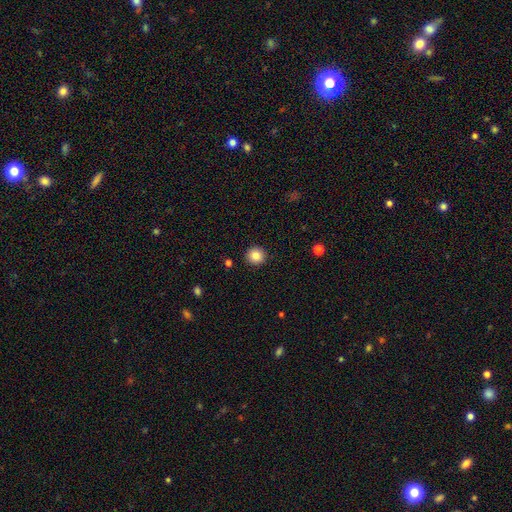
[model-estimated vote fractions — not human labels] smooth_or_featured: smooth (p=0.84) [alt: star or artifact p=0.10]
how_rounded: round (p=0.95) [alt: in between p=0.05]
merging: none (p=0.93) [alt: minor disturbance p=0.05]